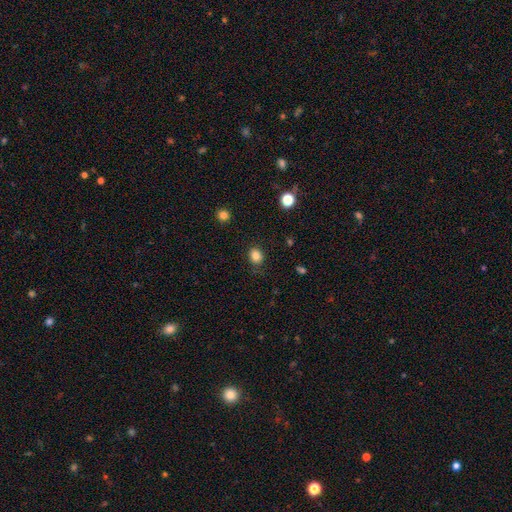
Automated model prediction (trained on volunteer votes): smooth 84%, star or artifact 11%, featured or disk 5%. Down the decision tree: how rounded — round (65%); merging — none (84%).